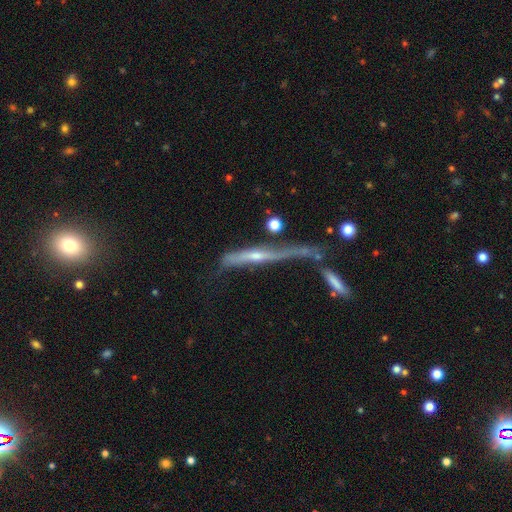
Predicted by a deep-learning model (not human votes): Q: Smooth or featured?
A: featured or disk (64%); runner-up: smooth (27%)
Q: Edge-on disk?
A: yes (80%); runner-up: no (20%)
Q: Edge-on bulge?
A: rounded (61%); runner-up: none (31%)
Q: Merging?
A: none (29%); runner-up: major disturbance (26%)